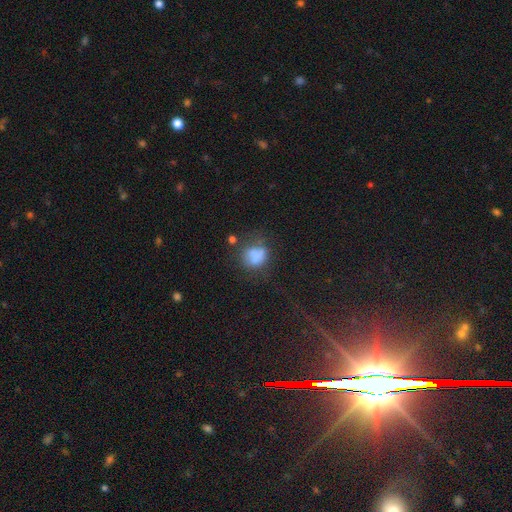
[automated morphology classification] A smooth galaxy with no disk features (70%) that is round (63%).

Vote fractions:
- Smooth or featured? smooth: 70% / featured or disk: 16% / star or artifact: 14%
- How rounded? round: 63% / in between: 35% / cigar-shaped: 1%
- Merging? none: 45% / minor disturbance: 25% / major disturbance: 21% / merger: 9%